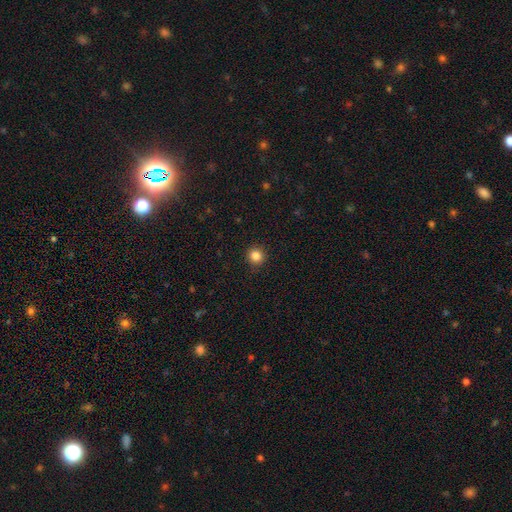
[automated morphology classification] Q: Smooth or featured?
A: smooth (85%); runner-up: star or artifact (11%)
Q: How rounded?
A: round (93%); runner-up: in between (6%)
Q: Merging?
A: none (92%); runner-up: minor disturbance (5%)